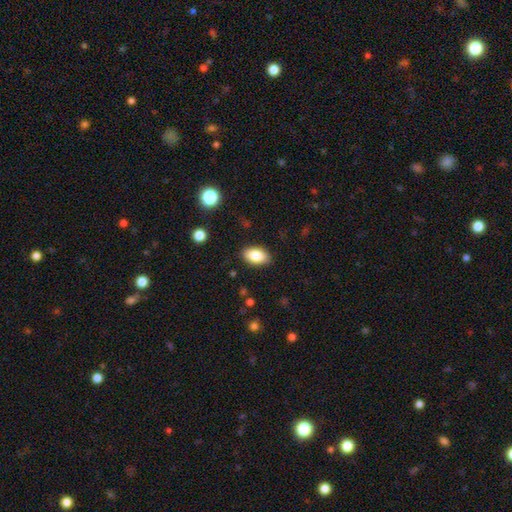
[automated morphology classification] This is clearly a smooth galaxy (85%). How rounded: clearly in between (93%). Merging: clearly none (87%).